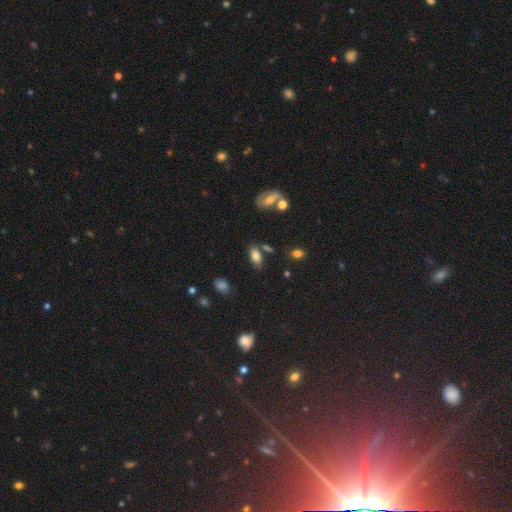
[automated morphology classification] The model was most divided on "merging": none: 73%, minor disturbance: 15%, merger: 8%, major disturbance: 4%. More confident: how rounded — in between (90%); smooth or featured — smooth (79%).